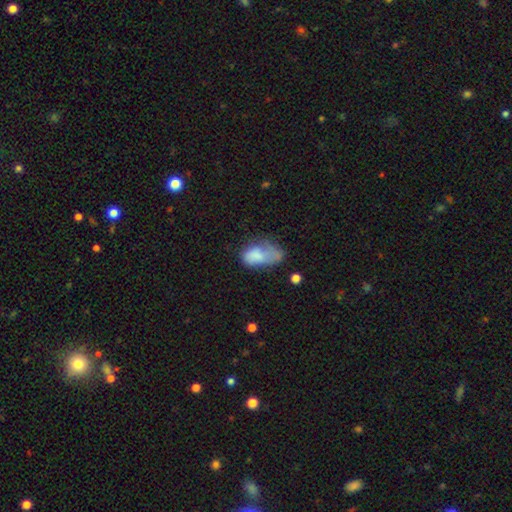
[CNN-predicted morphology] This appears to be a smooth galaxy with no disk features (70%) that is in between round and cigar-shaped (90%). Merging: major disturbance (38%).